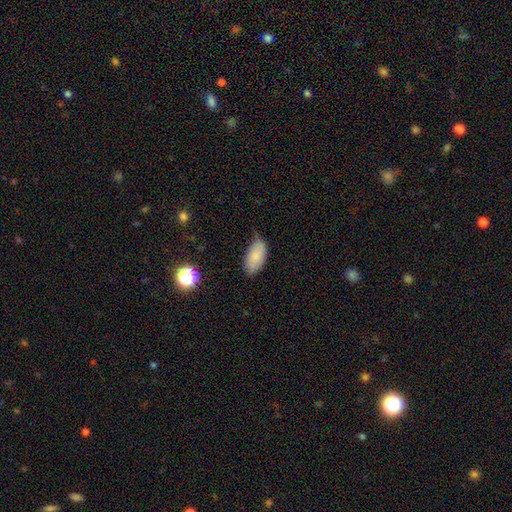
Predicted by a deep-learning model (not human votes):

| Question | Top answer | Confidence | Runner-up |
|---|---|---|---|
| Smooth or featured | smooth | 85% | featured or disk (8%) |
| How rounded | in between | 93% | cigar-shaped (4%) |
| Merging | none | 68% | minor disturbance (26%) |